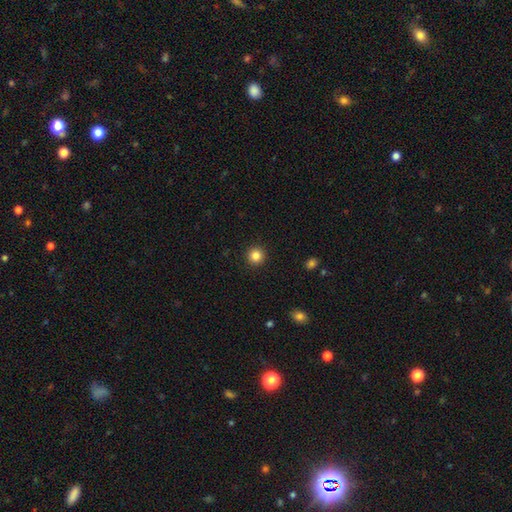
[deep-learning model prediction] A smooth galaxy with no disk features (84%) that is round (95%).

Vote fractions:
- Smooth or featured? smooth: 84% / star or artifact: 11% / featured or disk: 5%
- How rounded? round: 95% / in between: 4% / cigar-shaped: 1%
- Merging? none: 93% / minor disturbance: 4% / major disturbance: 2% / merger: 1%